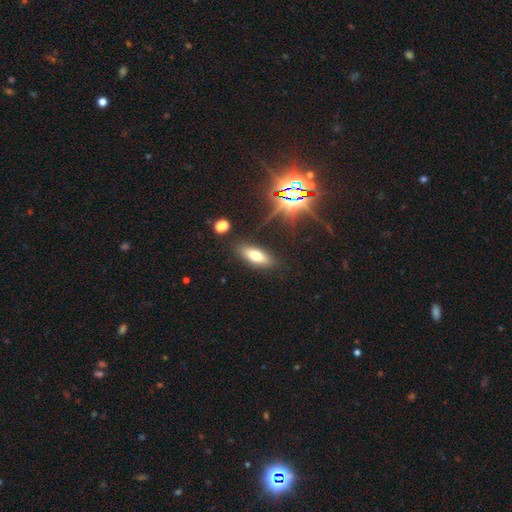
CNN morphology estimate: Smooth or featured: smooth — 63% (featured or disk — 21%)
How rounded: in between — 64% (cigar-shaped — 33%)
Merging: none — 85% (minor disturbance — 10%)